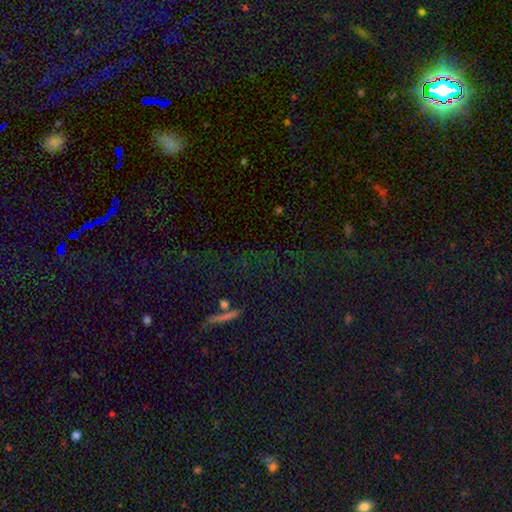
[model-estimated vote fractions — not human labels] smooth-or-featured: star or artifact: 73% | smooth: 16% | featured or disk: 11%